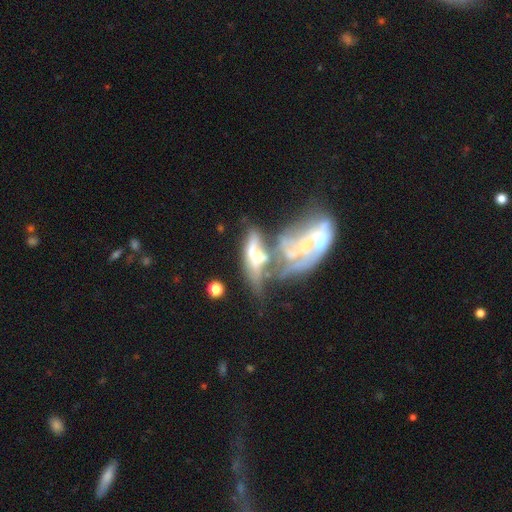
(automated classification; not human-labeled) Q: Smooth or featured?
A: featured or disk (60%); runner-up: smooth (29%)
Q: Edge-on disk?
A: no (78%); runner-up: yes (22%)
Q: Merging?
A: merger (65%); runner-up: major disturbance (19%)